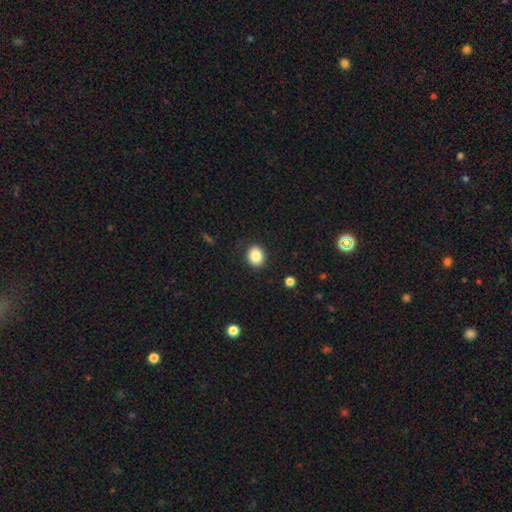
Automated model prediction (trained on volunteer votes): This appears to be a smooth galaxy with no disk features (86%) that is round (63%). Merging: none (89%).